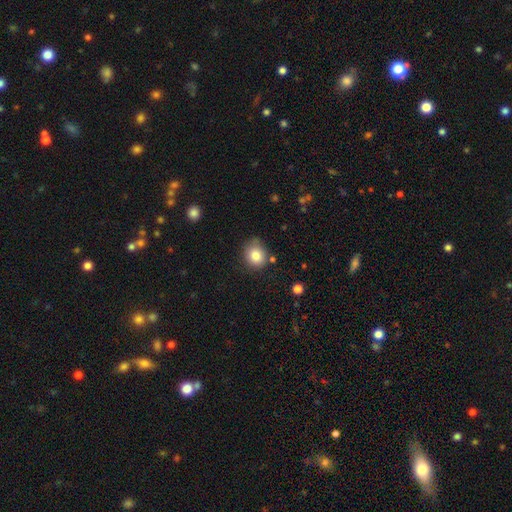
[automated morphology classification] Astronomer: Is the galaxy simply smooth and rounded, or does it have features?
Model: smooth — 82%.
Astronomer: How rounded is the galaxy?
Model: round — 68%.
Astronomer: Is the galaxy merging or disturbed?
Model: none — 72%.